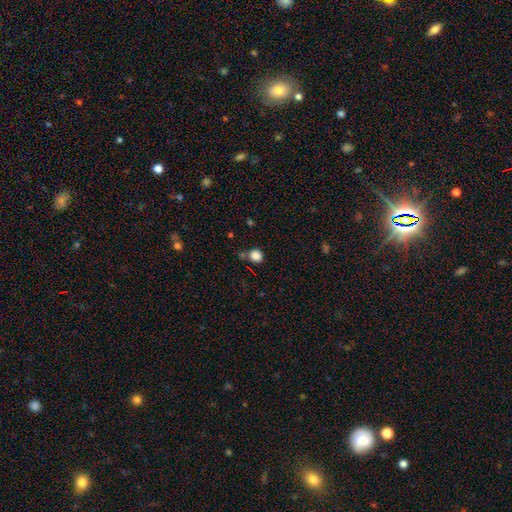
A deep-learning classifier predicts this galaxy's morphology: Smooth or featured?
  - smooth: 85% *
  - star or artifact: 11%
  - featured or disk: 4%
How rounded?
  - round: 81% *
  - in between: 18%
  - cigar-shaped: 1%
Merging?
  - none: 66% *
  - minor disturbance: 18%
  - merger: 10%
  - major disturbance: 6%